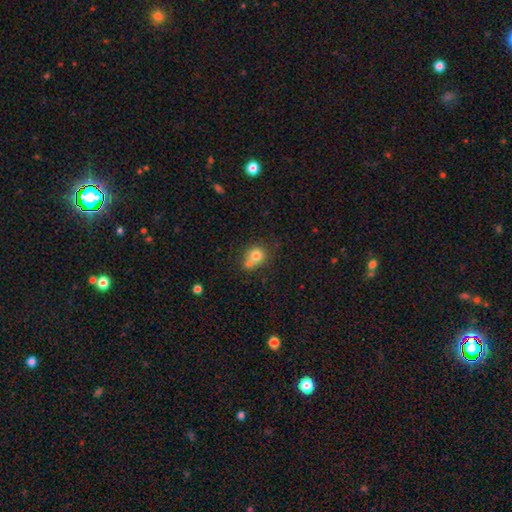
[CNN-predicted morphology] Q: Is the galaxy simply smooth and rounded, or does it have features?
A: smooth — 75%.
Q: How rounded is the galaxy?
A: round — 80%.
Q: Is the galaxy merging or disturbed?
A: merger — 46%.